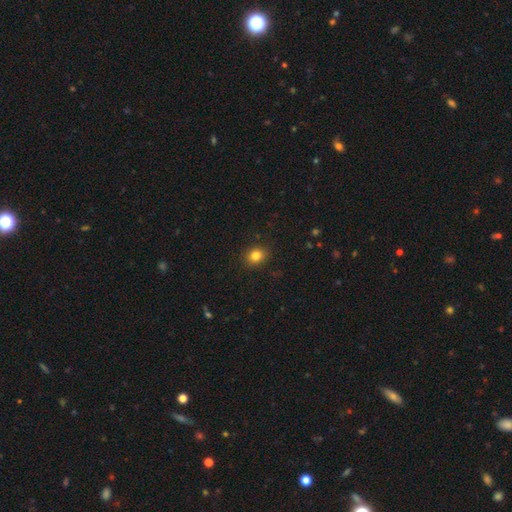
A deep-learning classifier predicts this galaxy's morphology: A smooth galaxy with no disk features (83%) that is round (65%). Merging: none (89%).